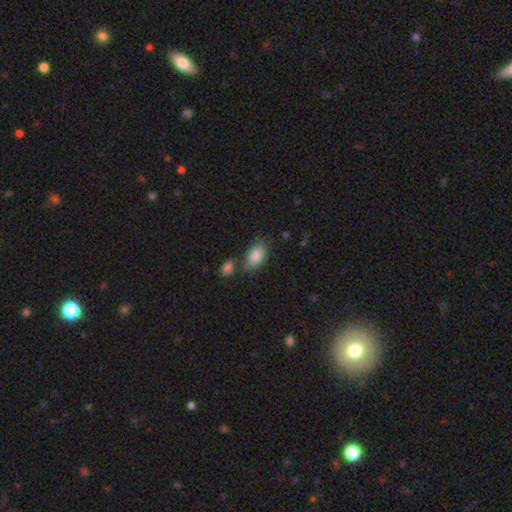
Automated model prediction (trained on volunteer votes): smooth_or_featured: smooth (p=0.86) [alt: star or artifact p=0.07]
how_rounded: in between (p=0.92) [alt: round p=0.06]
merging: none (p=0.64) [alt: minor disturbance p=0.16]